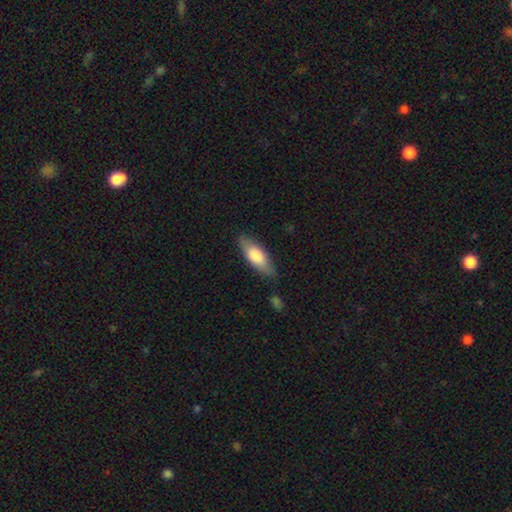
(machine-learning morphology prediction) smooth-or-featured: smooth: 74% | featured or disk: 21% | star or artifact: 6%
  how-rounded: in between: 66% | cigar-shaped: 32% | round: 2%
  merging: none: 80% | minor disturbance: 15% | major disturbance: 3% | merger: 2%